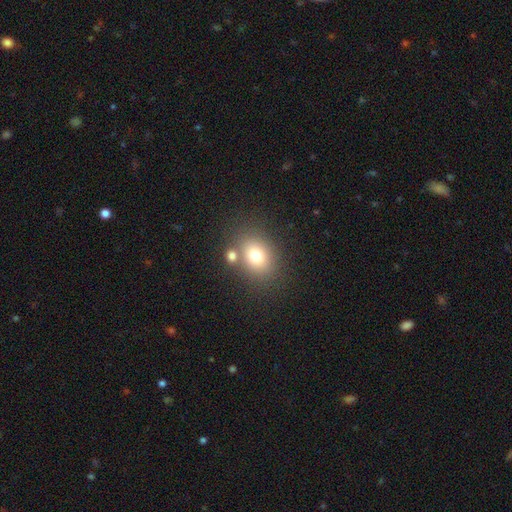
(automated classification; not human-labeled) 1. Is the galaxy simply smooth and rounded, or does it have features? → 75% smooth, 13% star or artifact, 12% featured or disk.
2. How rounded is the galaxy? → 52% in between, 47% round, 1% cigar-shaped.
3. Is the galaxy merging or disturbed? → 68% none, 17% merger, 10% minor disturbance, 4% major disturbance.